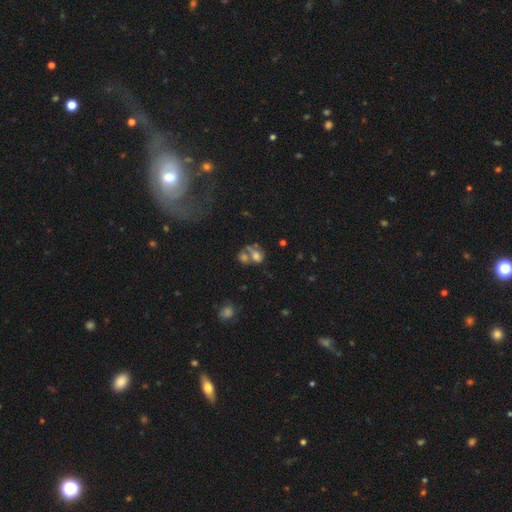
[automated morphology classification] A smooth galaxy with no disk features (60%) that is in between round and cigar-shaped (68%). Merging: merger (56%).